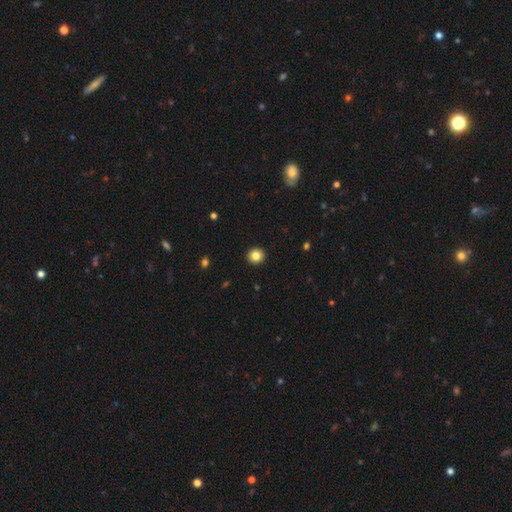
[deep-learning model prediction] smooth 83%, star or artifact 11%, featured or disk 6%. Down the decision tree: how rounded — round (93%); merging — none (94%).